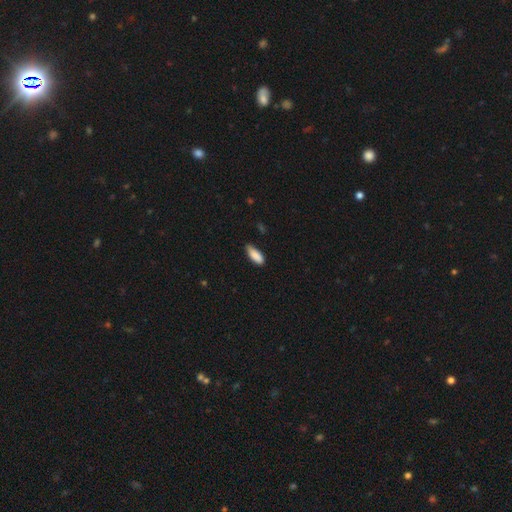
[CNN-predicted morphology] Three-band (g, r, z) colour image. It shows a smooth galaxy with no disk features (88%) that is in between round and cigar-shaped (75%). Merging: none (71%).